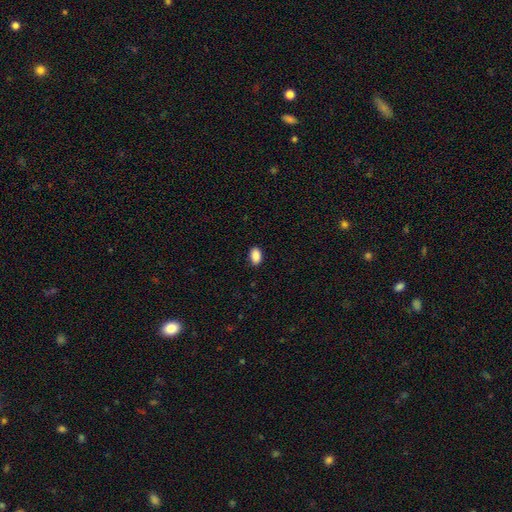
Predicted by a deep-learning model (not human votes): Morphology: type=smooth (90%); roundness=in between (88%); merging=none (89%).